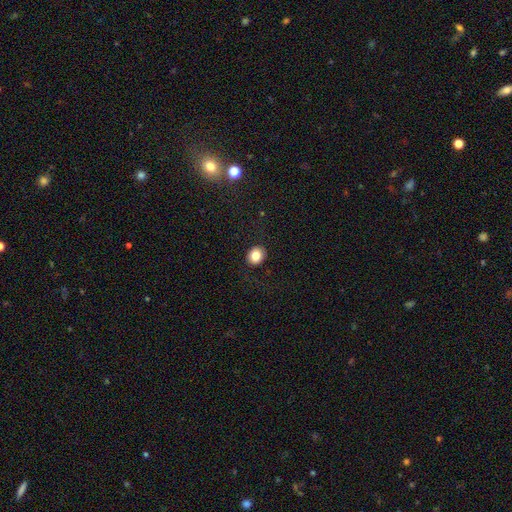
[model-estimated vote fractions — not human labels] A smooth galaxy with no disk features (82%) that is round (72%).

Vote fractions:
- Smooth or featured? smooth: 82% / star or artifact: 10% / featured or disk: 8%
- How rounded? round: 72% / in between: 27% / cigar-shaped: 1%
- Merging? none: 89% / minor disturbance: 7% / major disturbance: 2% / merger: 1%